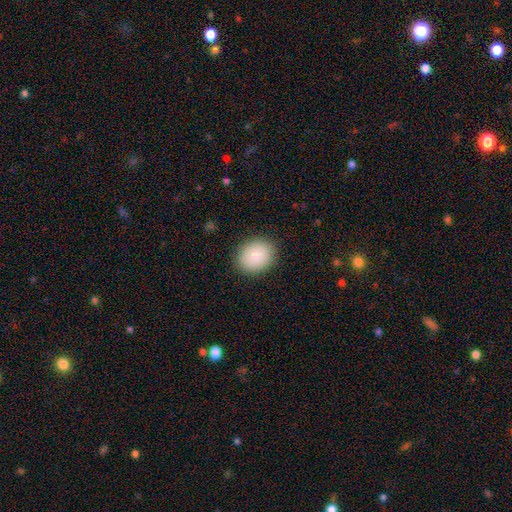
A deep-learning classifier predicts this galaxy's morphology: Smooth or featured?
  - smooth: 88% *
  - star or artifact: 7%
  - featured or disk: 5%
How rounded?
  - round: 51% *
  - in between: 49%
  - cigar-shaped: 1%
Merging?
  - none: 88% *
  - minor disturbance: 8%
  - major disturbance: 2%
  - merger: 1%